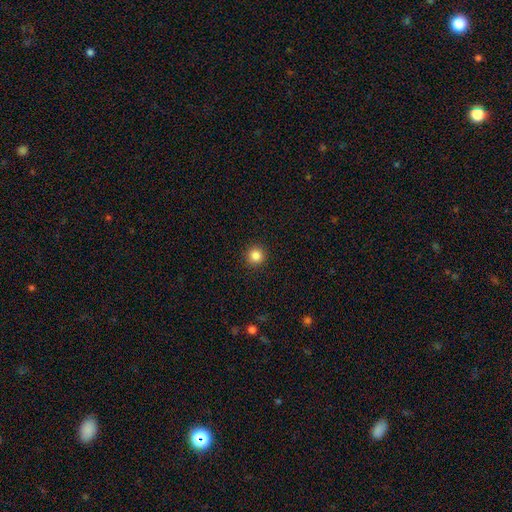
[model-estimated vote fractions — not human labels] smooth 85%, star or artifact 11%, featured or disk 4%. Down the decision tree: how rounded — round (95%); merging — none (93%).